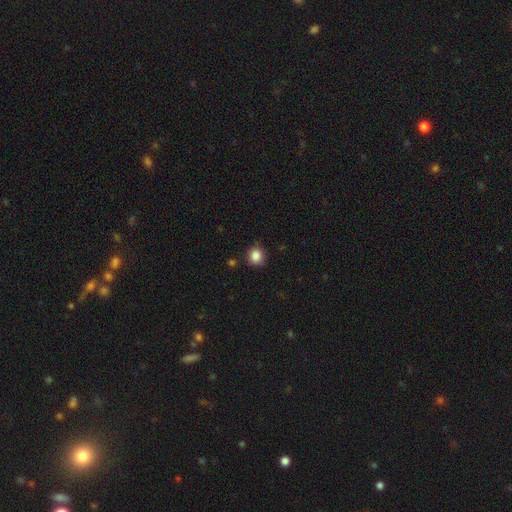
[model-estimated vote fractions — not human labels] The model was most divided on "merging": none: 85%, minor disturbance: 11%, major disturbance: 2%, merger: 2%. More confident: how rounded — round (88%); smooth or featured — smooth (86%).